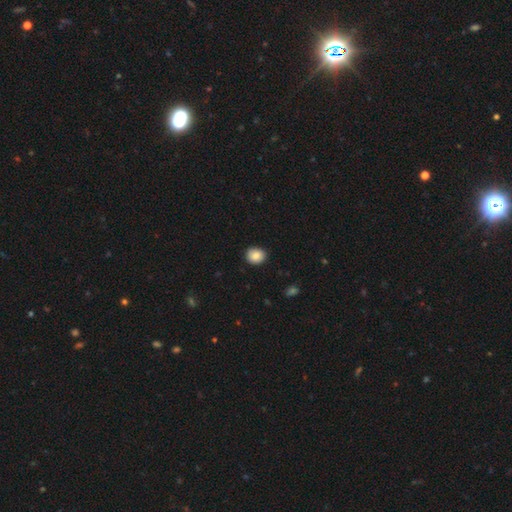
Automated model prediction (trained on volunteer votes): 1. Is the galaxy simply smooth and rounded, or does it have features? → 86% smooth, 8% star or artifact, 6% featured or disk.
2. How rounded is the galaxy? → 69% round, 30% in between, 1% cigar-shaped.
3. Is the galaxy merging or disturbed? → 89% none, 9% minor disturbance, 2% major disturbance, 1% merger.